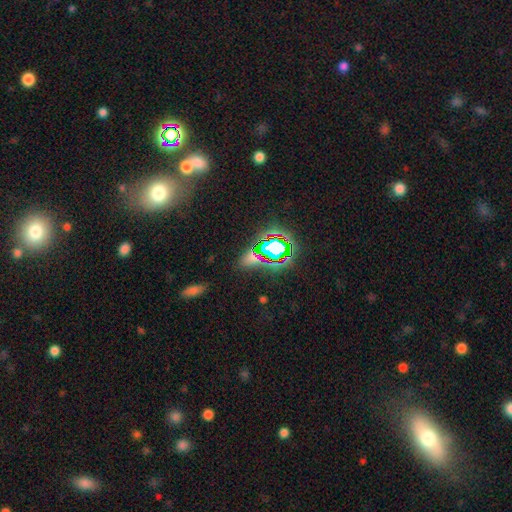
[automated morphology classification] smooth-or-featured: star or artifact: 58% | smooth: 30% | featured or disk: 12%